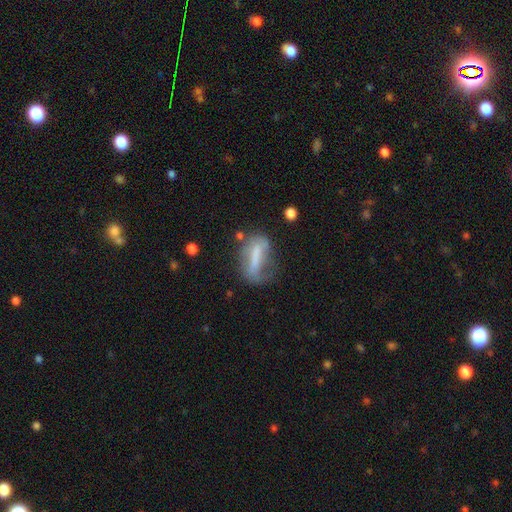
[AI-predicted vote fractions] smooth_or_featured: smooth (p=0.48) [alt: featured or disk p=0.42]
merging: none (p=0.38) [alt: major disturbance p=0.28]